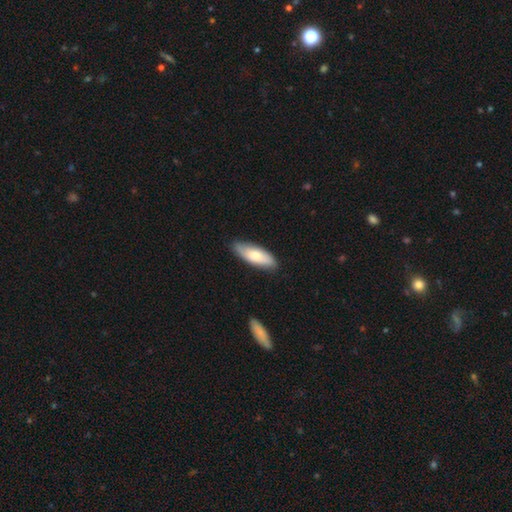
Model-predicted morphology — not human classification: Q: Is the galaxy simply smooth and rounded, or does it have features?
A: smooth — 71%.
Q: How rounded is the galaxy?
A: in between — 65%.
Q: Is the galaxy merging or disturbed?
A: none — 83%.